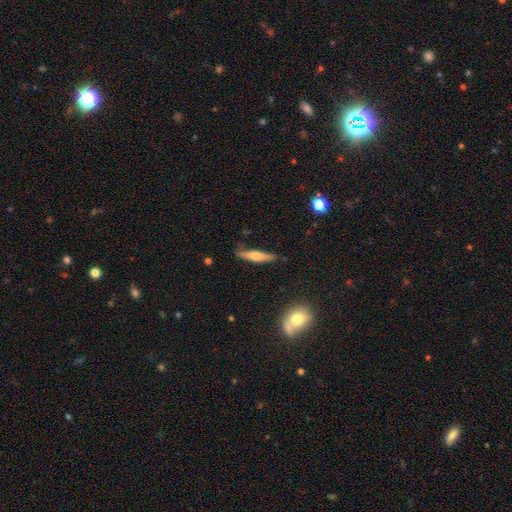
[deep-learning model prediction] Smooth or featured? smooth (51%)
How rounded? cigar-shaped (85%)
Merging? none (79%)